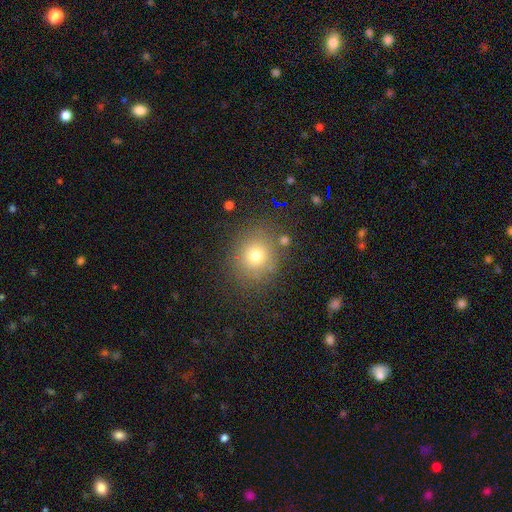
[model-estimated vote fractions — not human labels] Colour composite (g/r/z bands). It shows a smooth galaxy with no disk features (73%) that is round (79%). Merging: none (81%).